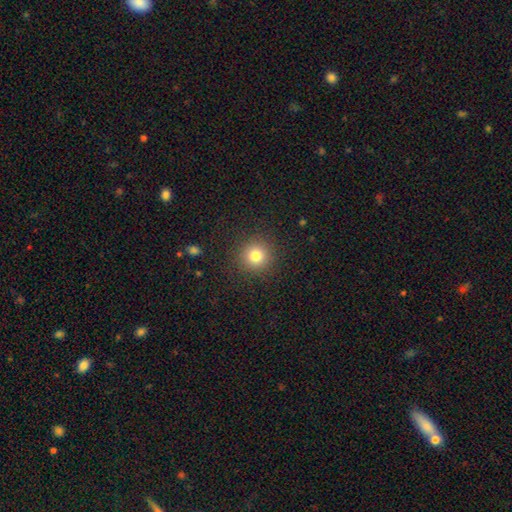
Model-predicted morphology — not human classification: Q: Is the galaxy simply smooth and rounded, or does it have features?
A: smooth — 80%.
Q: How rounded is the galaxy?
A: round — 94%.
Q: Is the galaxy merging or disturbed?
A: none — 90%.